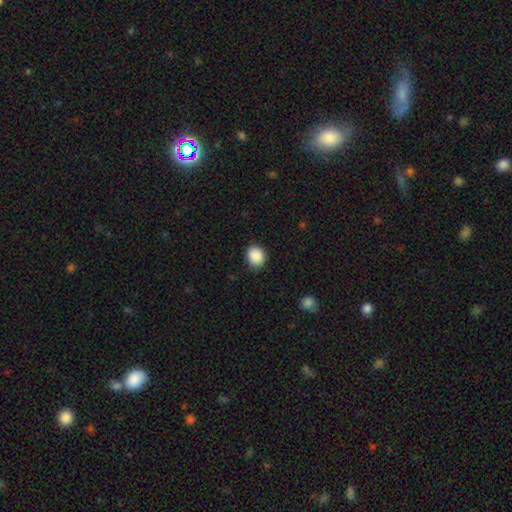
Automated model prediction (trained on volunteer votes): Smooth or featured? smooth (89%)
How rounded? round (68%)
Merging? none (87%)